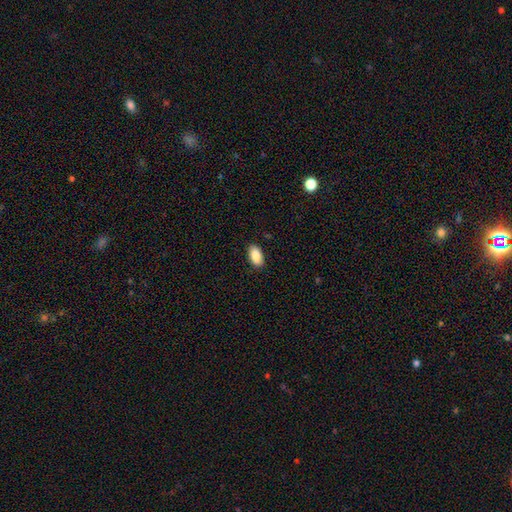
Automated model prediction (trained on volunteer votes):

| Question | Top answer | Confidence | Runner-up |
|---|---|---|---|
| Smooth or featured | smooth | 89% | star or artifact (7%) |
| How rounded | in between | 94% | round (3%) |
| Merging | none | 88% | minor disturbance (9%) |